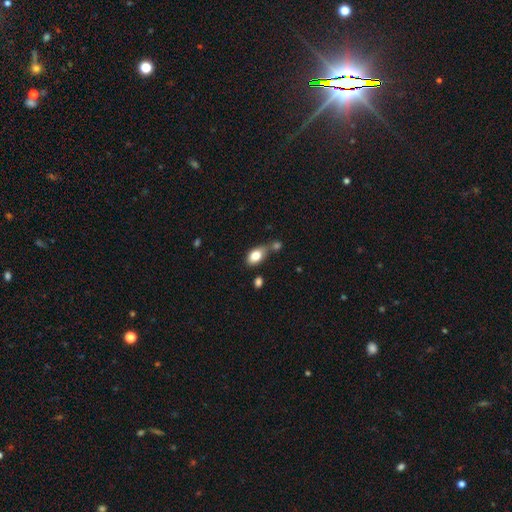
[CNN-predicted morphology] Smooth or featured? smooth (81%)
How rounded? in between (87%)
Merging? none (46%)